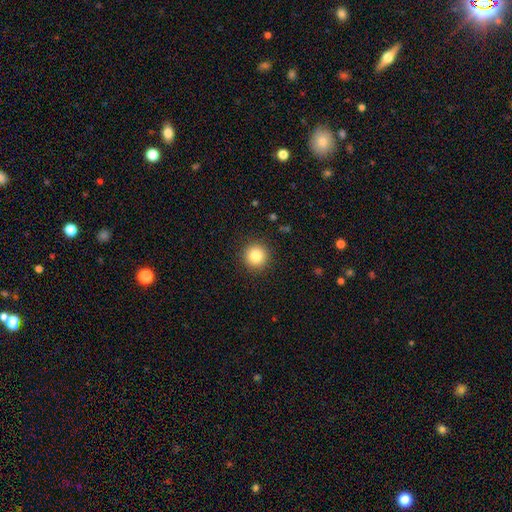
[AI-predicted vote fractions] Q: Smooth or featured?
A: smooth (84%); runner-up: star or artifact (10%)
Q: How rounded?
A: round (95%); runner-up: in between (4%)
Q: Merging?
A: none (91%); runner-up: minor disturbance (6%)